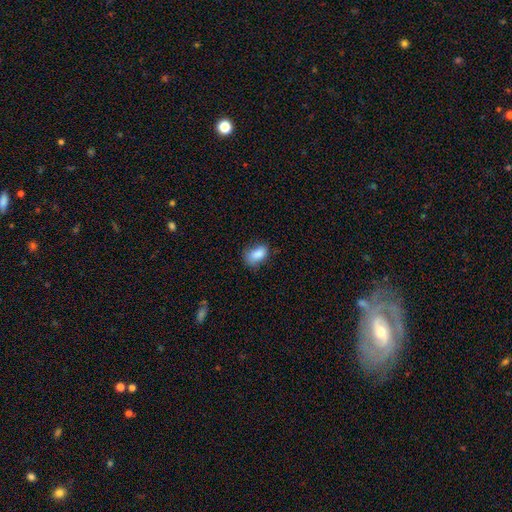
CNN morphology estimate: Smooth or featured? smooth (85%)
How rounded? in between (88%)
Merging? none (60%)